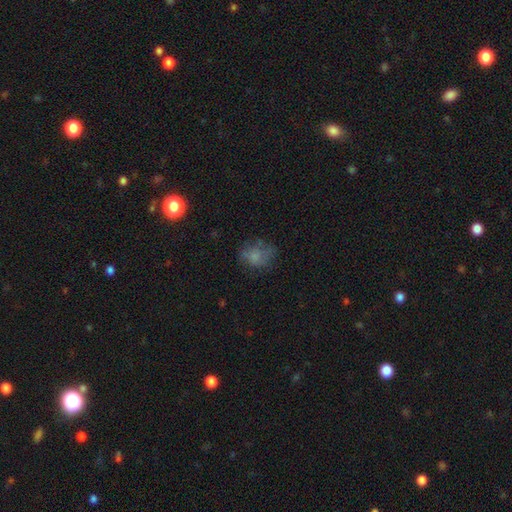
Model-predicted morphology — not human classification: This appears to be a smooth galaxy with no disk features (65%) that is round (55%). Merging: none (57%).